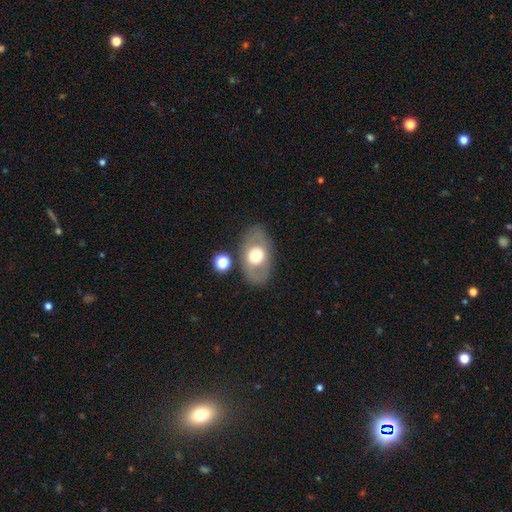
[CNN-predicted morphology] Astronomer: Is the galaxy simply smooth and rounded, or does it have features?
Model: smooth — 51% (runner-up: featured or disk, 41%).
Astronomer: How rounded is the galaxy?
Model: in between — 82%.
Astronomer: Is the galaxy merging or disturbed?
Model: none — 77%.